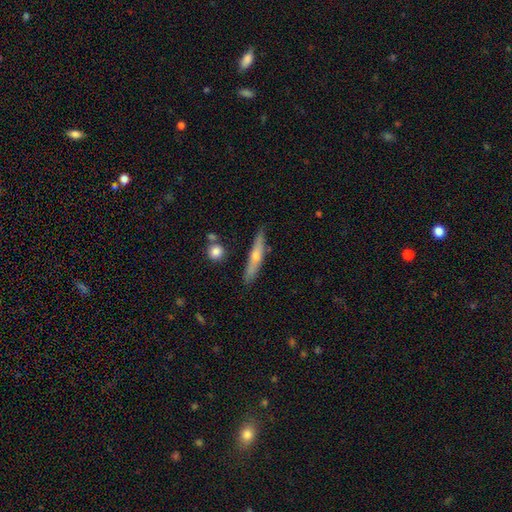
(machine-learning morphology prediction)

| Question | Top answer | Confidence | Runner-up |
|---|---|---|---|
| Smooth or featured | featured or disk | 57% | smooth (34%) |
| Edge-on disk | yes | 92% | no (8%) |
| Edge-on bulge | rounded | 85% | none (11%) |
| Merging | none | 85% | minor disturbance (10%) |